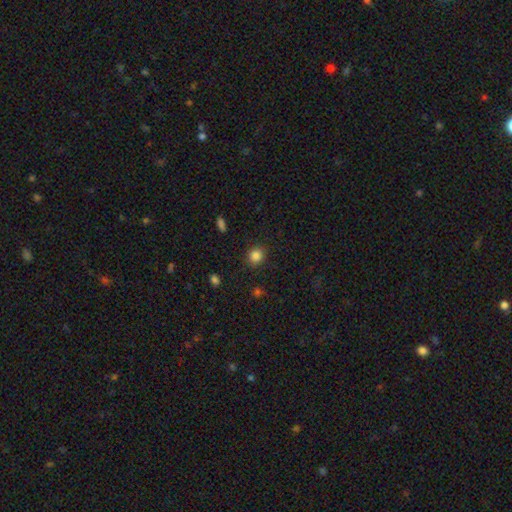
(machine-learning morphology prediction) The model was most divided on "how rounded": round: 82%, in between: 18%, cigar-shaped: 1%. More confident: merging — none (88%); smooth or featured — smooth (85%).